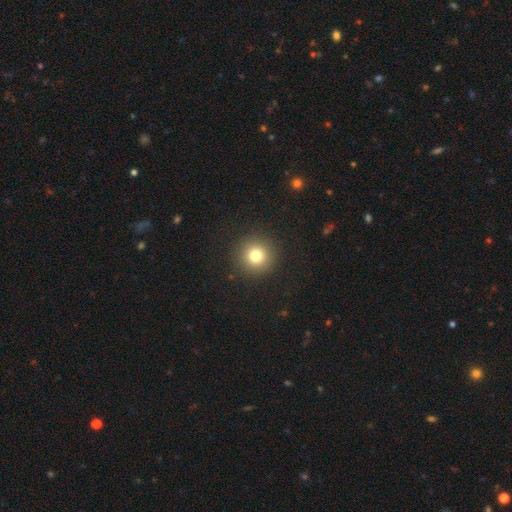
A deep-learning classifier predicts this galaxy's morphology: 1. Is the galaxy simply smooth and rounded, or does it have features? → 78% smooth, 13% star or artifact, 8% featured or disk.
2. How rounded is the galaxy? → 95% round, 4% in between, 1% cigar-shaped.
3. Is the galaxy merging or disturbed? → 92% none, 5% minor disturbance, 2% major disturbance, 1% merger.